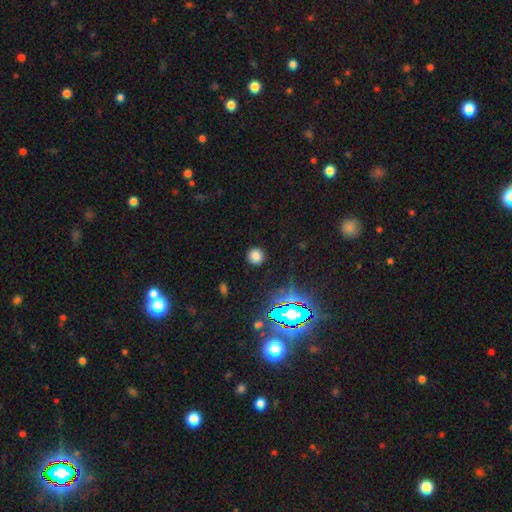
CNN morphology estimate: smooth_or_featured: smooth (p=0.75) [alt: star or artifact p=0.20]
how_rounded: round (p=0.90) [alt: in between p=0.09]
merging: none (p=0.88) [alt: minor disturbance p=0.08]